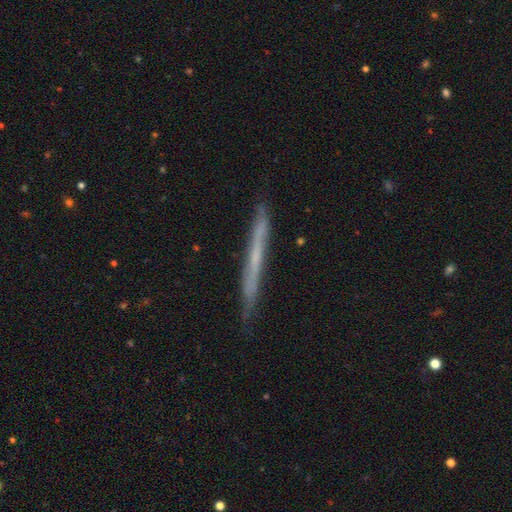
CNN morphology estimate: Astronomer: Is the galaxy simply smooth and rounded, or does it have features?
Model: featured or disk — 53% (runner-up: smooth, 39%).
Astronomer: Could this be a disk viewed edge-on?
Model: yes — 95%.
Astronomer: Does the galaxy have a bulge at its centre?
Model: none — 86%.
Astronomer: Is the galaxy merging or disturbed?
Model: none — 88%.